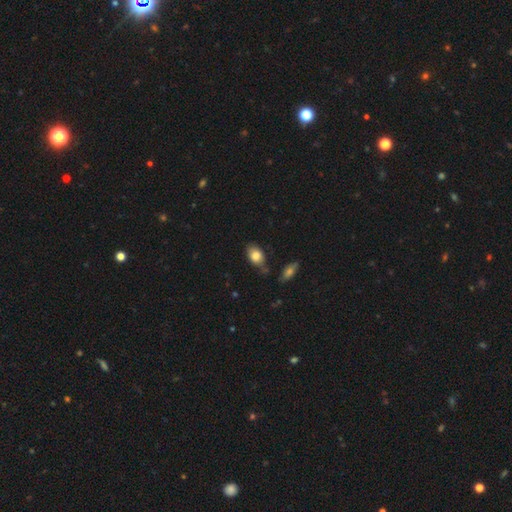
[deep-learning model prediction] The model was most divided on "merging": none: 64%, minor disturbance: 24%, merger: 7%, major disturbance: 5%. More confident: how rounded — in between (86%); smooth or featured — smooth (82%).